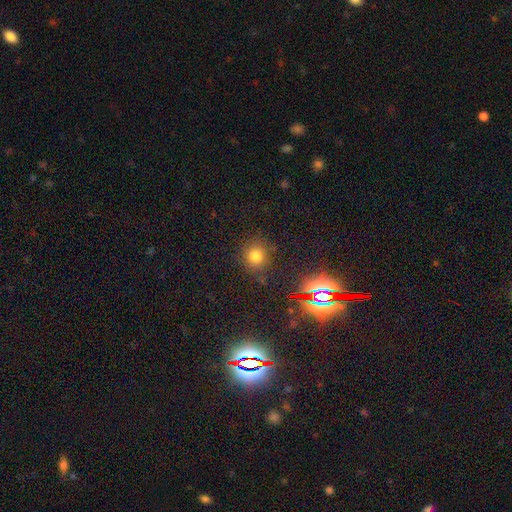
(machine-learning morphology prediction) Overall: smooth (73%). How rounded: round (85%). Merging: none (82%).